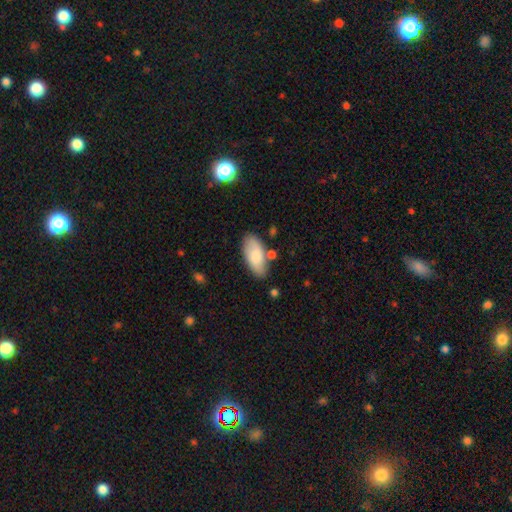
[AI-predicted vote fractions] A smooth galaxy with no disk features (79%) that is in between round and cigar-shaped (91%).

Vote fractions:
- Smooth or featured? smooth: 79% / featured or disk: 15% / star or artifact: 6%
- How rounded? in between: 91% / cigar-shaped: 6% / round: 2%
- Merging? none: 72% / minor disturbance: 16% / merger: 8% / major disturbance: 4%